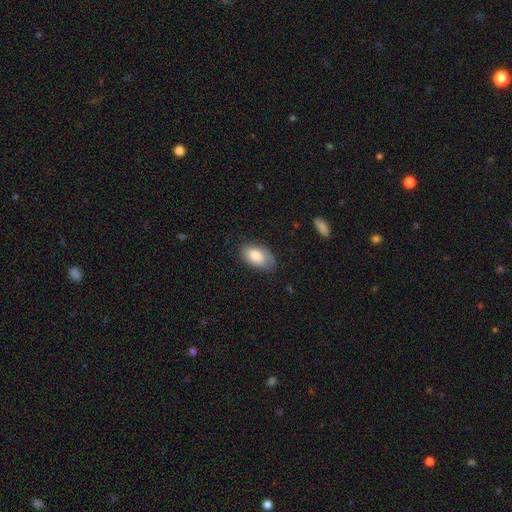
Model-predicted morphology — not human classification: This appears to be a smooth galaxy with no disk features (79%) that is in between round and cigar-shaped (94%). Merging: none (73%).